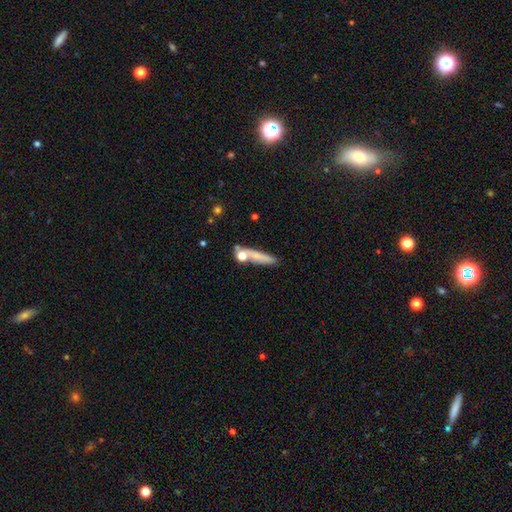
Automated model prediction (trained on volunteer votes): A smooth galaxy with no disk features (66%) that is cigar-shaped (80%).

Vote fractions:
- Smooth or featured? smooth: 66% / featured or disk: 23% / star or artifact: 11%
- How rounded? cigar-shaped: 80% / in between: 13% / round: 7%
- Merging? none: 66% / minor disturbance: 15% / merger: 13% / major disturbance: 6%